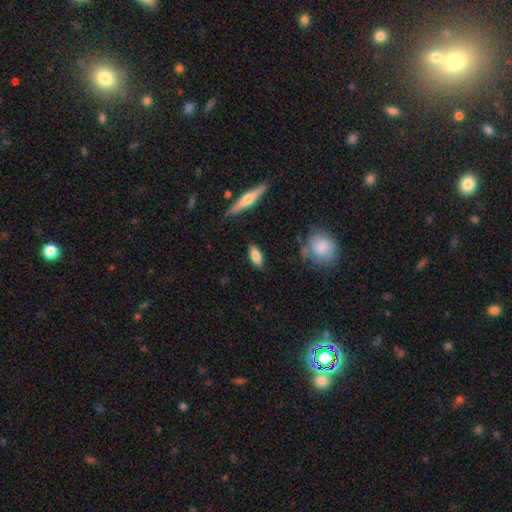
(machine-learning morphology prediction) Smooth or featured? Predicted: smooth (p=0.76). How rounded? Predicted: in between (p=0.70). Merging? Predicted: none (p=0.83).